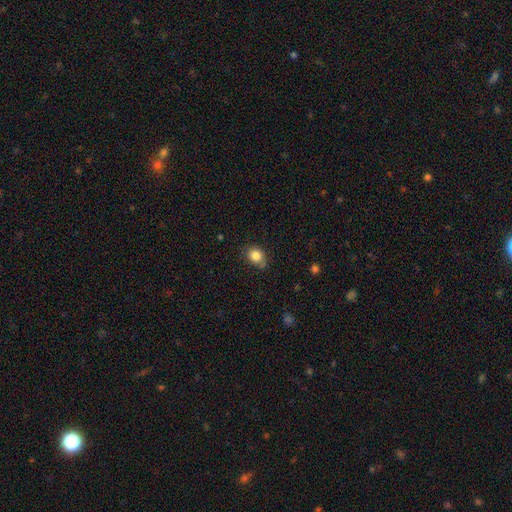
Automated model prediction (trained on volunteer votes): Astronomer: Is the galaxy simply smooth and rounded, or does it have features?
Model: smooth — 84%.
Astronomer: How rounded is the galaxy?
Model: round — 59% (runner-up: in between, 40%).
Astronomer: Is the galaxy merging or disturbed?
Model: none — 70%.